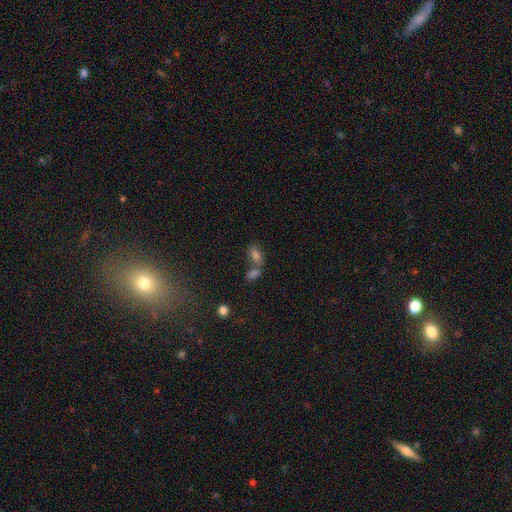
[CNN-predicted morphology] Smooth or featured? smooth (66%)
How rounded? in between (83%)
Merging? merger (50%)